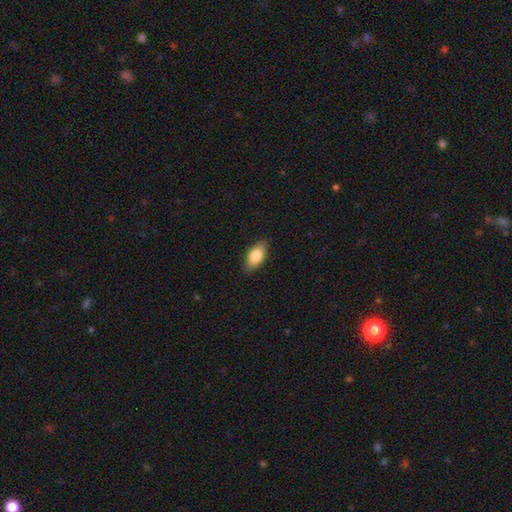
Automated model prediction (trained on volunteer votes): smooth_or_featured: smooth (p=0.81) [alt: featured or disk p=0.13]
how_rounded: in between (p=0.90) [alt: cigar-shaped p=0.07]
merging: none (p=0.87) [alt: minor disturbance p=0.10]